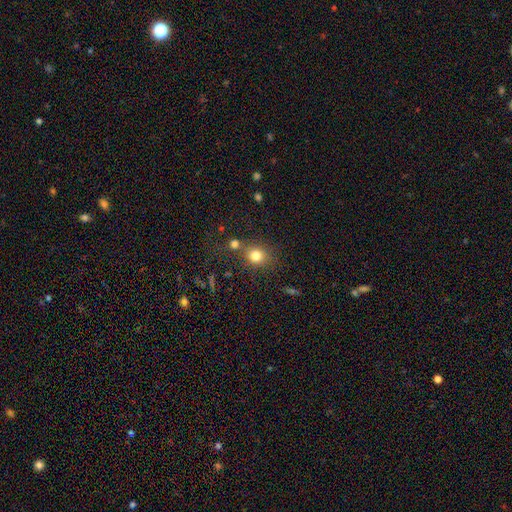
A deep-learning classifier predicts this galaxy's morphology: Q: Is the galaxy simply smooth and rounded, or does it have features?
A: smooth — 78%.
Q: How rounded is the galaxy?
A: round — 78%.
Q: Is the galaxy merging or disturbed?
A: none — 66%.